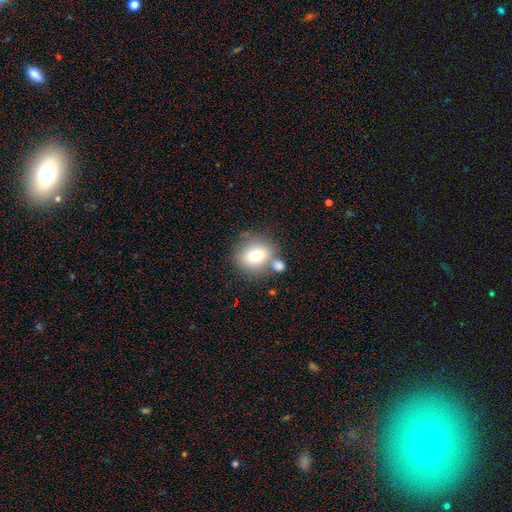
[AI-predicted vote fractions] Overall: smooth (75%). How rounded: round (57%; in between 41%). Merging: none (58%; merger 23%).